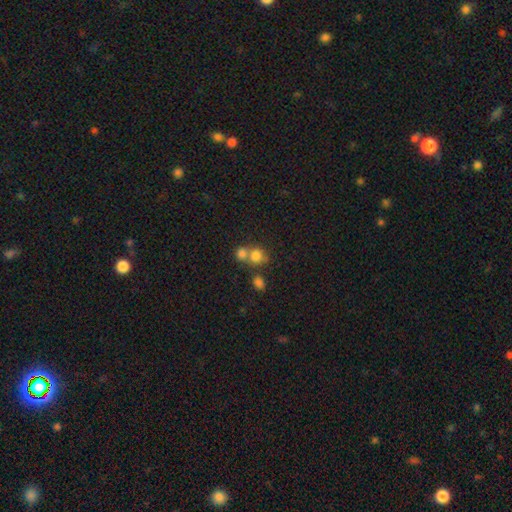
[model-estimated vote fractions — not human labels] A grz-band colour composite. It shows a smooth galaxy with no disk features (76%) that is round (73%). Merging: merger (48%).